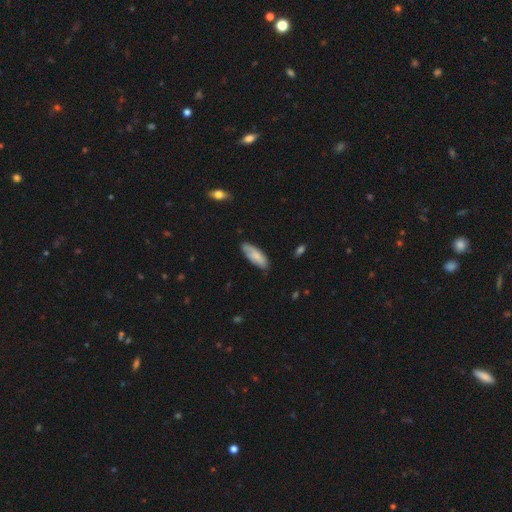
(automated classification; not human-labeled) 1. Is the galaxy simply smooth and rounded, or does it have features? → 76% smooth, 18% featured or disk, 6% star or artifact.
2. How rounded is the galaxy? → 72% in between, 27% cigar-shaped, 2% round.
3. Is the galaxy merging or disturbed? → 72% none, 23% minor disturbance, 4% major disturbance, 2% merger.